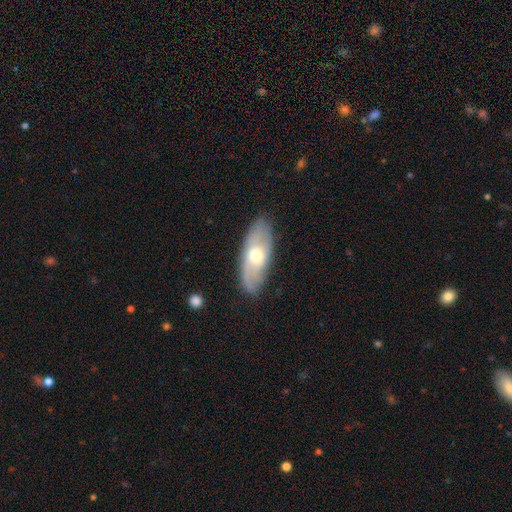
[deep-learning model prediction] The model was most divided on "smooth or featured": featured or disk: 55%, smooth: 39%, star or artifact: 6%. More confident: edge-on disk — no (81%); merging — none (80%).